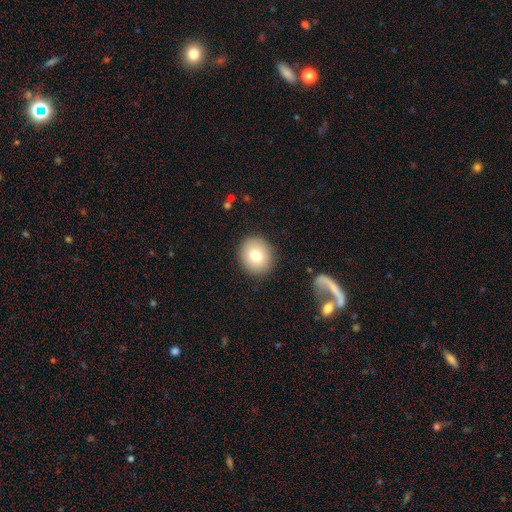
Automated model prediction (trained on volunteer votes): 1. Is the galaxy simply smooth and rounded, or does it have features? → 76% smooth, 15% featured or disk, 9% star or artifact.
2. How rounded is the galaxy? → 77% round, 22% in between, 1% cigar-shaped.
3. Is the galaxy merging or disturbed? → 89% none, 7% minor disturbance, 3% major disturbance, 1% merger.